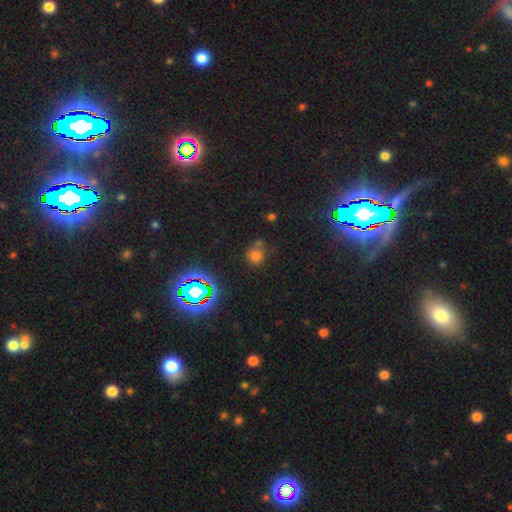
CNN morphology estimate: This is likely a smooth galaxy (62%). How rounded: clearly round (82%). Merging: possibly none (59%).